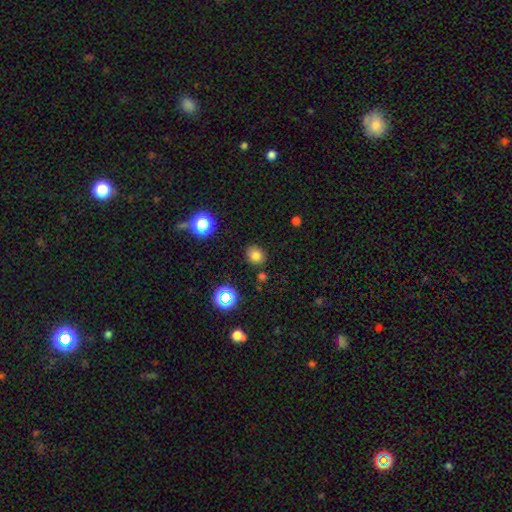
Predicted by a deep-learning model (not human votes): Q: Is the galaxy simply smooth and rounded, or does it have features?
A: smooth — 77%.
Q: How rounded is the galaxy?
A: round — 70%.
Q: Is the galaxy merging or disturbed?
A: none — 83%.